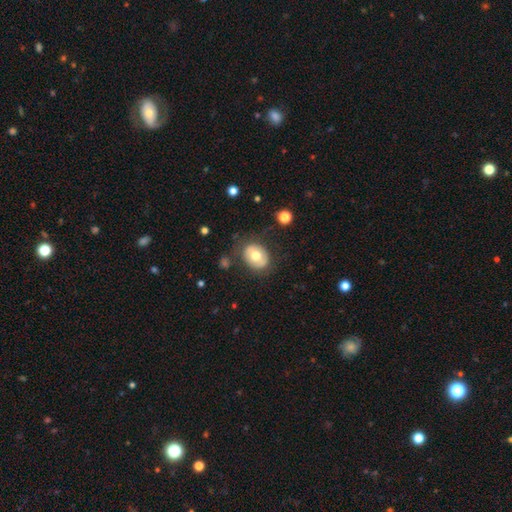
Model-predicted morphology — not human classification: The model was most divided on "how rounded": in between: 53%, round: 46%, cigar-shaped: 1%. More confident: merging — none (75%); smooth or featured — smooth (62%).